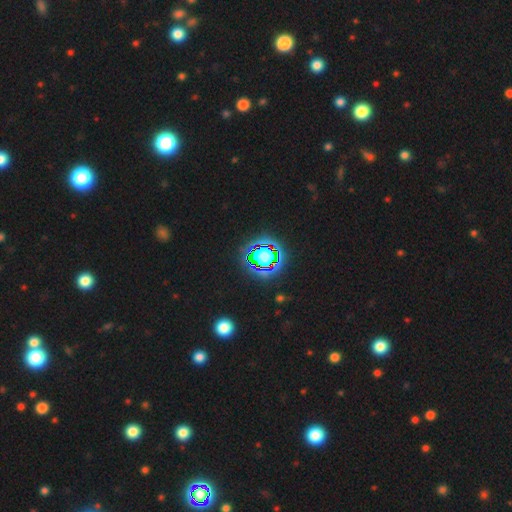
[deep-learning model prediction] star or artifact 79%, smooth 13%, featured or disk 8%.